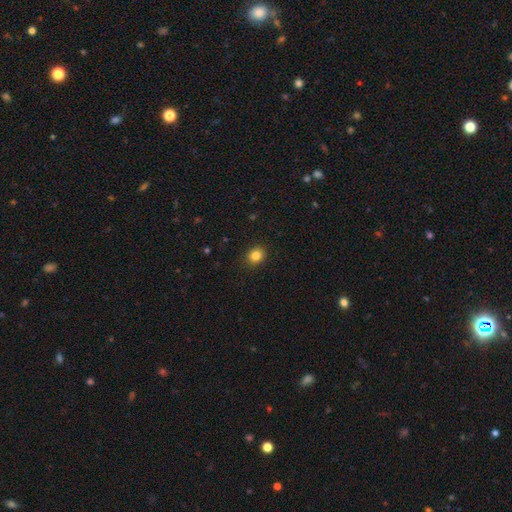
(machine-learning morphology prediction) smooth 83%, star or artifact 12%, featured or disk 5%. Down the decision tree: how rounded — round (67%); merging — none (90%).